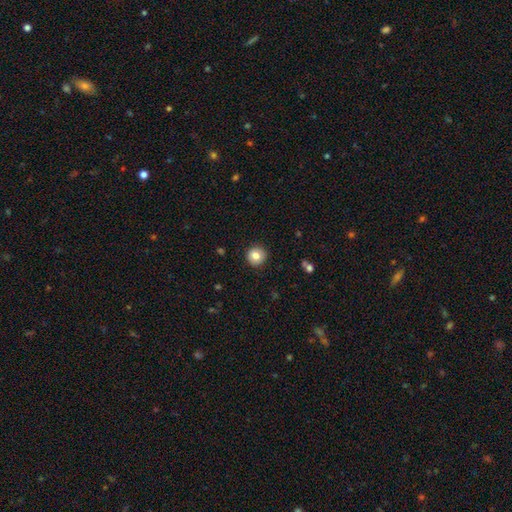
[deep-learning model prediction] smooth-or-featured: smooth: 82% | star or artifact: 9% | featured or disk: 9%
  how-rounded: round: 94% | in between: 5% | cigar-shaped: 1%
  merging: none: 92% | minor disturbance: 6% | major disturbance: 2% | merger: 1%